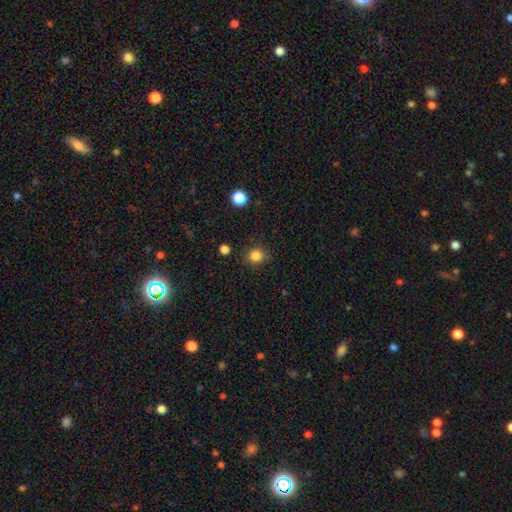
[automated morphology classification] smooth 84%, star or artifact 12%, featured or disk 4%. Down the decision tree: how rounded — round (86%); merging — none (85%).